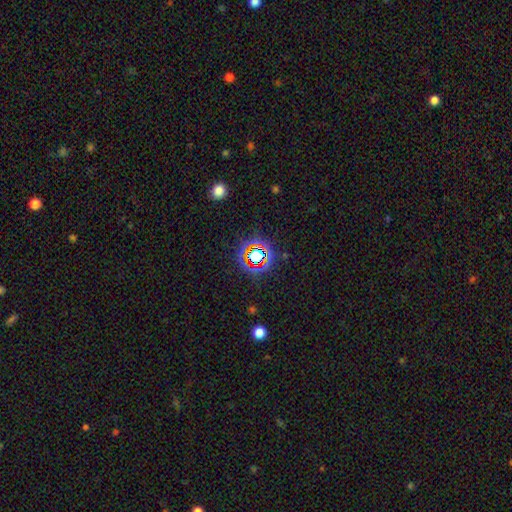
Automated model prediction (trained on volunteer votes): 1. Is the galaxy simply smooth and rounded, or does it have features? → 66% star or artifact, 21% smooth, 13% featured or disk.